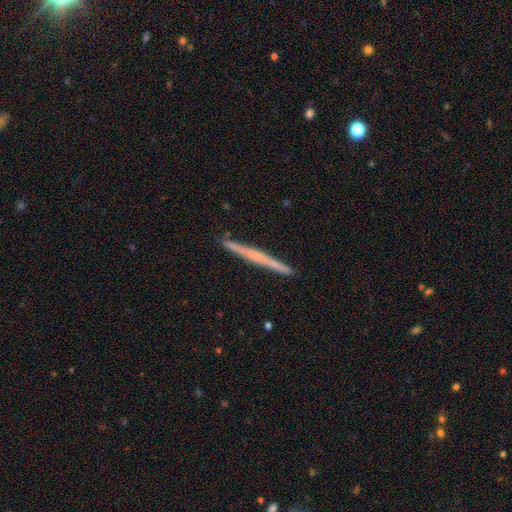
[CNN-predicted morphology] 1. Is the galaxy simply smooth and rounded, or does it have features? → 57% featured or disk, 37% smooth, 6% star or artifact.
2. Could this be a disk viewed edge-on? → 98% yes, 2% no.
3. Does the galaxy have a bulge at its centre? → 68% none, 23% rounded, 9% boxy.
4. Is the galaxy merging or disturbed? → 91% none, 7% minor disturbance, 1% major disturbance, 1% merger.